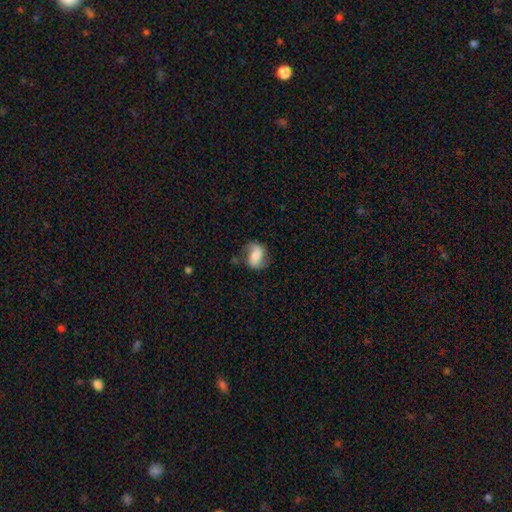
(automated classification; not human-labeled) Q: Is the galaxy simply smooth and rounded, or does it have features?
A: featured or disk — 55%.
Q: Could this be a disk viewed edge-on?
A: no — 97%.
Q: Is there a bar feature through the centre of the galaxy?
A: no — 39%.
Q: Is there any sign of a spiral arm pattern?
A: yes — 90%.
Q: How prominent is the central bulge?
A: moderate — 34%.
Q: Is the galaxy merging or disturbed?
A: none — 67%.